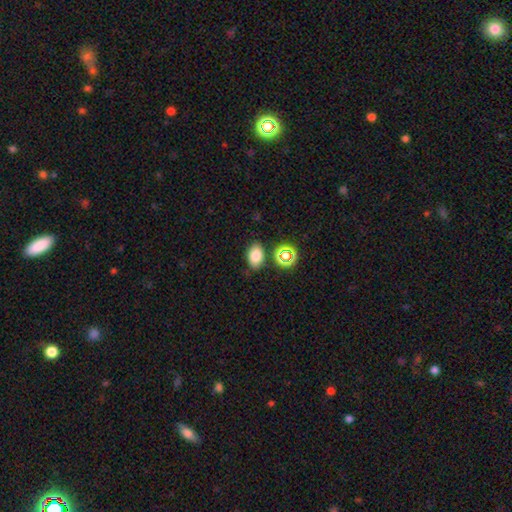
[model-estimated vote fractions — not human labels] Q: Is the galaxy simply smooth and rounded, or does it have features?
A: smooth — 78%.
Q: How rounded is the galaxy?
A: in between — 83%.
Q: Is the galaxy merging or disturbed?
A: none — 78%.